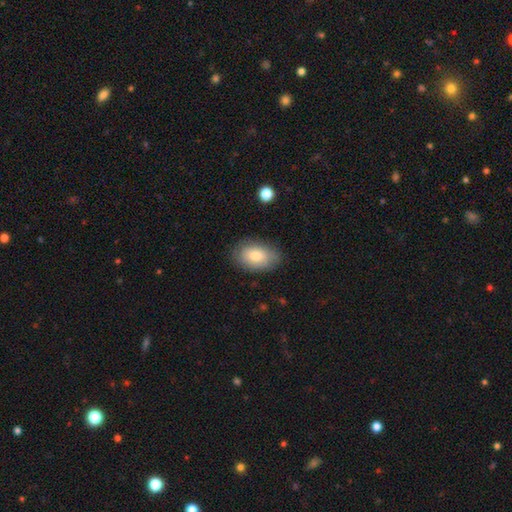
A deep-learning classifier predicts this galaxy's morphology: smooth 77%, featured or disk 16%, star or artifact 7%. Down the decision tree: how rounded — in between (88%); merging — none (81%).